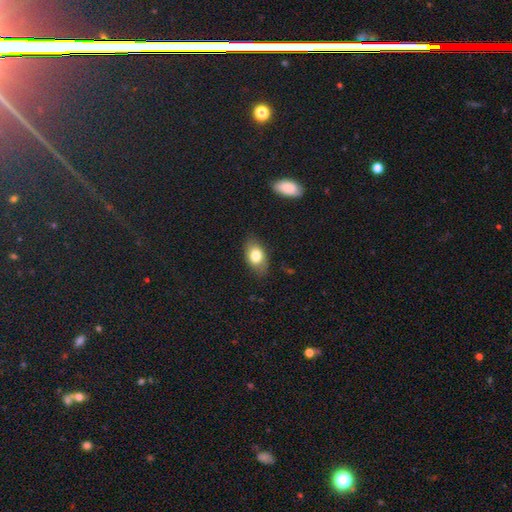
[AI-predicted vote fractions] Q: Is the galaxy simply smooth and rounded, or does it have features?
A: smooth — 77%.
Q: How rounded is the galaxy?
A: in between — 86%.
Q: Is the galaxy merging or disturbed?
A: none — 81%.